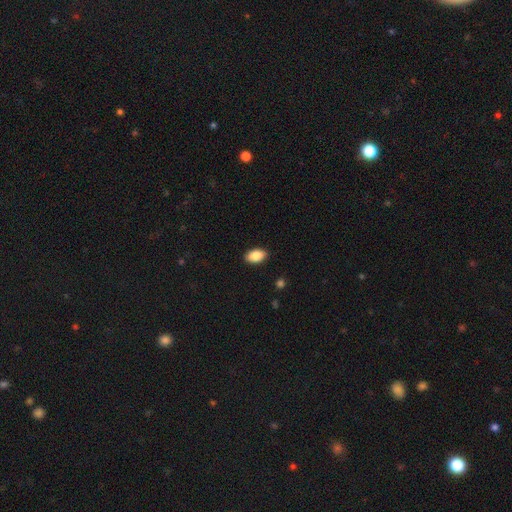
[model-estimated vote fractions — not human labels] The model was most divided on "smooth or featured": smooth: 87%, star or artifact: 7%, featured or disk: 6%. More confident: how rounded — in between (92%); merging — none (90%).